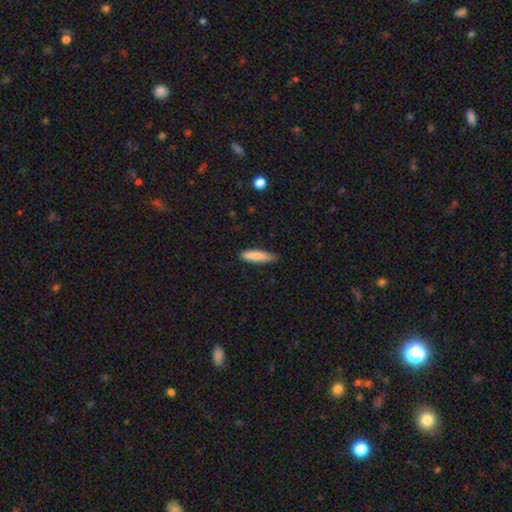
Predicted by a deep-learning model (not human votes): A smooth galaxy with no disk features (84%) that is cigar-shaped (80%). Merging: none (80%).